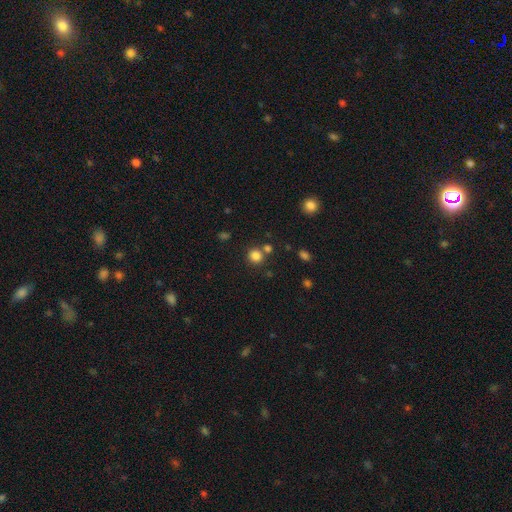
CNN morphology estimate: Overall: smooth (82%). How rounded: round (90%). Merging: none (73%).